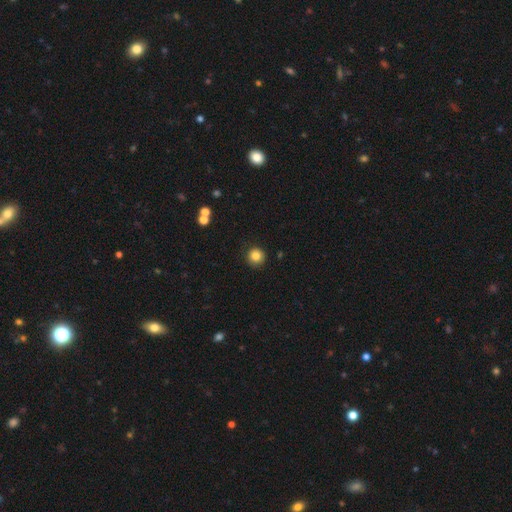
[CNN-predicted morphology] Overall: smooth (84%). How rounded: round (95%). Merging: none (90%).